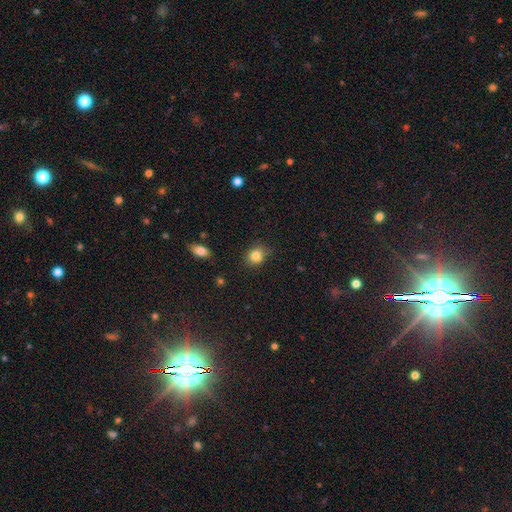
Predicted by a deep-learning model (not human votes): Morphology: type=smooth (83%); roundness=round (63%); merging=none (81%).